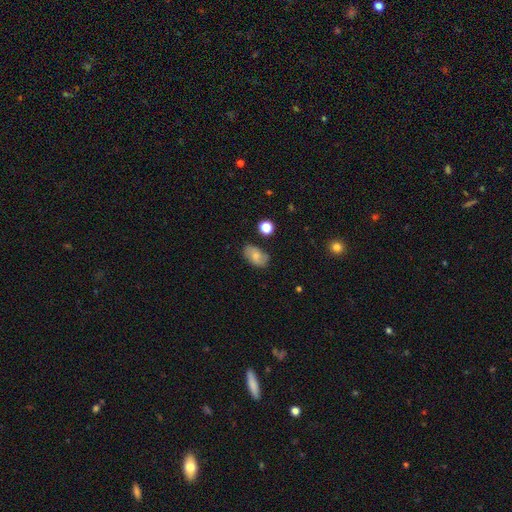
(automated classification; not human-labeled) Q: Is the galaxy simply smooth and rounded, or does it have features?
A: smooth — 67%.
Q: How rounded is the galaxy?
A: in between — 88%.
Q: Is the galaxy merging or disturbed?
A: none — 75%.